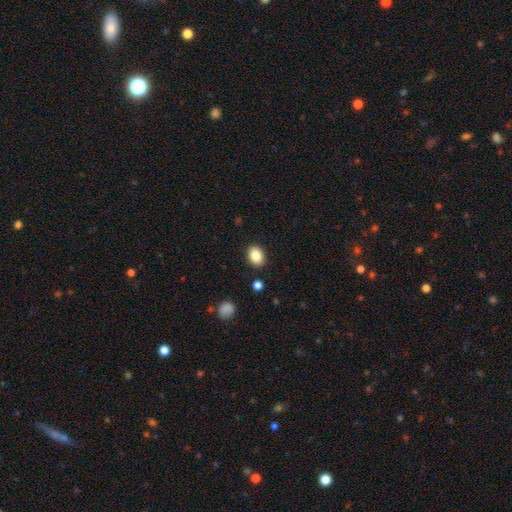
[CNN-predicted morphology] Overall: smooth (86%). How rounded: in between (73%). Merging: none (88%).